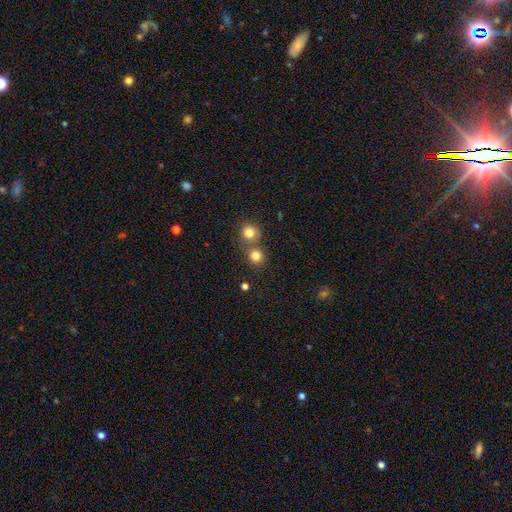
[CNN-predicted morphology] smooth 79%, star or artifact 13%, featured or disk 7%. Down the decision tree: how rounded — round (87%); merging — none (59%).